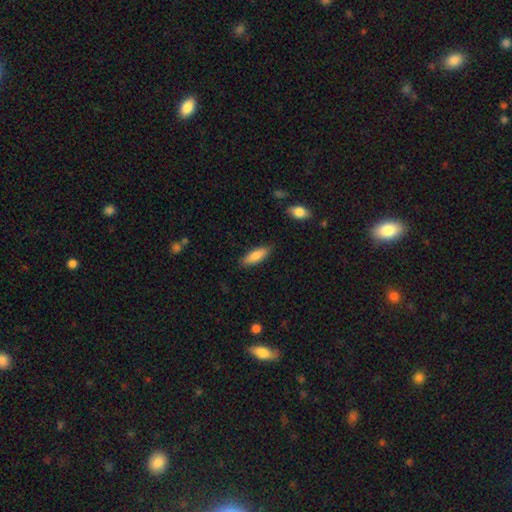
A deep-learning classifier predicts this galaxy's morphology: Q: Smooth or featured?
A: smooth (83%); runner-up: featured or disk (11%)
Q: How rounded?
A: in between (56%); runner-up: cigar-shaped (42%)
Q: Merging?
A: none (86%); runner-up: minor disturbance (11%)